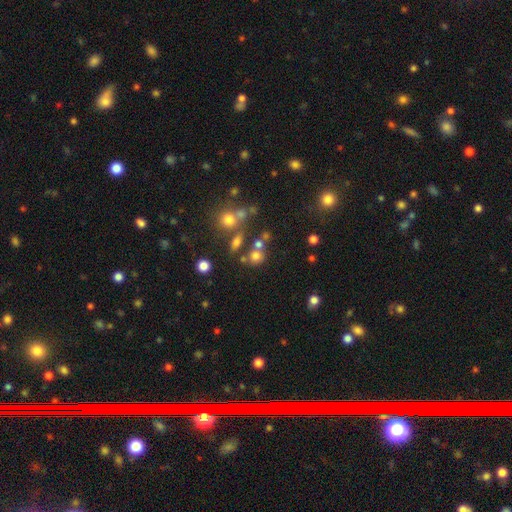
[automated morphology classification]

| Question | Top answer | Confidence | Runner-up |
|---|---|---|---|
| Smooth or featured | smooth | 69% | star or artifact (19%) |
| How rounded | round | 76% | in between (22%) |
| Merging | none | 58% | merger (25%) |